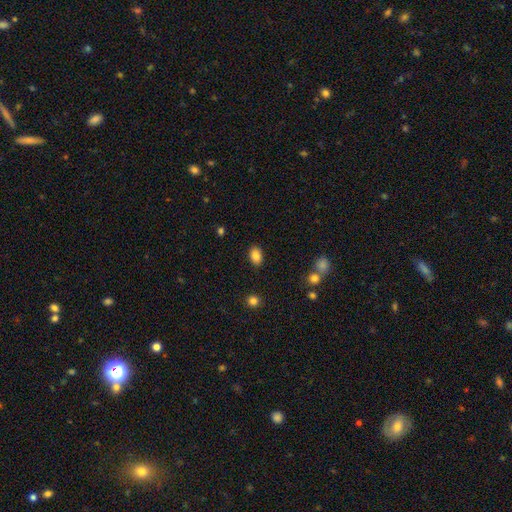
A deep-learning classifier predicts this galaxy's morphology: This is clearly a smooth galaxy (86%). How rounded: clearly in between (84%). Merging: clearly none (87%).